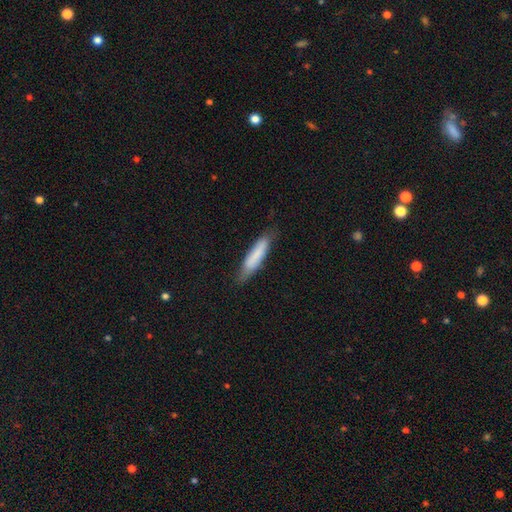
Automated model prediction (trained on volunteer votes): Smooth or featured: smooth — 78% (featured or disk — 16%)
How rounded: cigar-shaped — 79% (in between — 20%)
Merging: none — 74% (minor disturbance — 20%)